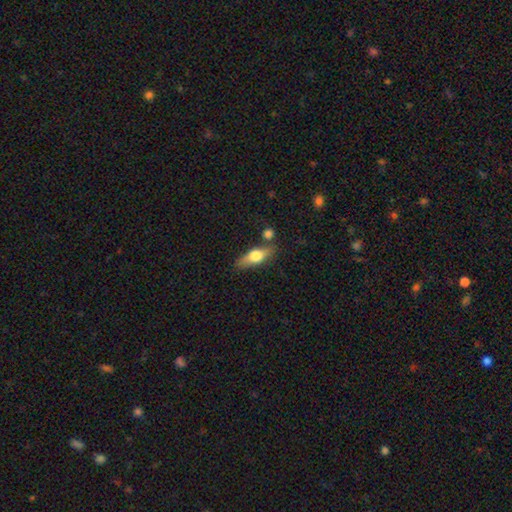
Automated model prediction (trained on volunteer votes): This appears to be a smooth galaxy with no disk features (55%) that is in between round and cigar-shaped (54%). Merging: none (74%).